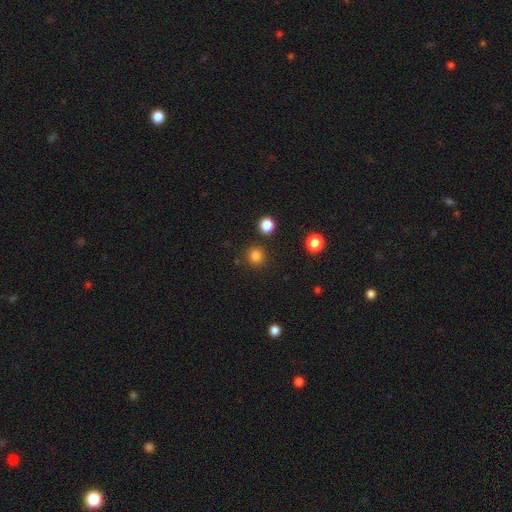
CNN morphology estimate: smooth_or_featured: smooth (p=0.83) [alt: star or artifact p=0.14]
how_rounded: round (p=0.93) [alt: in between p=0.06]
merging: none (p=0.88) [alt: minor disturbance p=0.06]